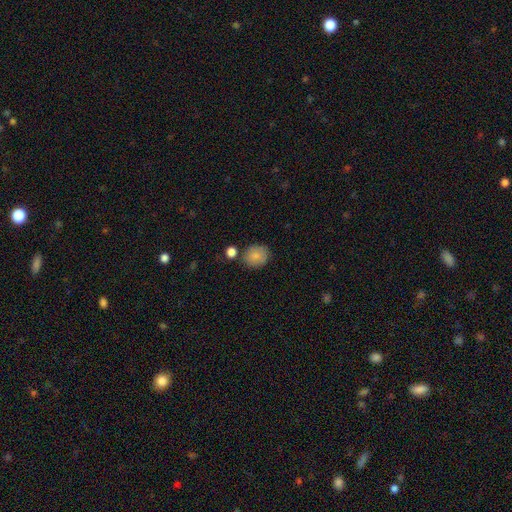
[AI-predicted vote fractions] smooth-or-featured: smooth: 85% | star or artifact: 8% | featured or disk: 7%
  how-rounded: round: 75% | in between: 24% | cigar-shaped: 1%
  merging: none: 75% | minor disturbance: 13% | merger: 9% | major disturbance: 3%